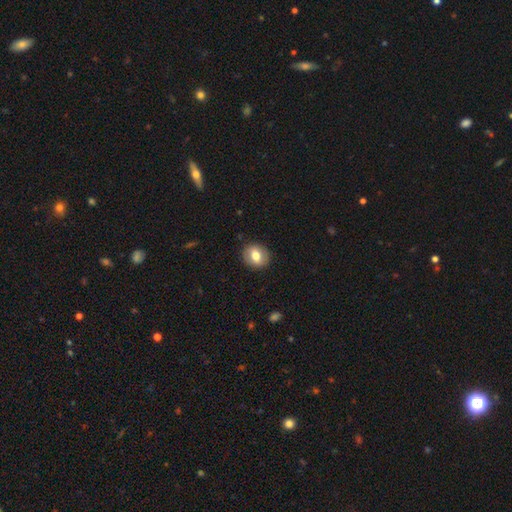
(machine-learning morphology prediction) smooth 73%, featured or disk 19%, star or artifact 8%. Down the decision tree: how rounded — round (68%); merging — none (89%).